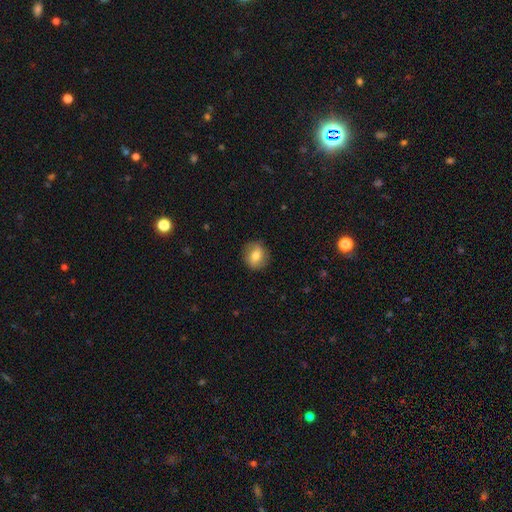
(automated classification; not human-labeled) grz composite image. It shows a smooth galaxy with no disk features (70%) that is round (78%). Merging: none (86%).